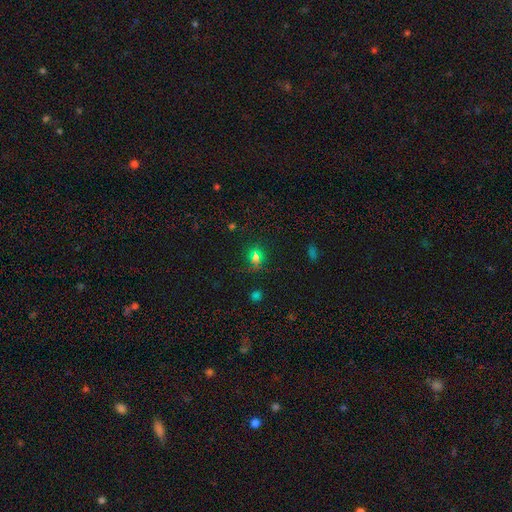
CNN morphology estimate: This appears to be a smooth galaxy with no disk features (56%) that is round (65%). Merging: none (80%).